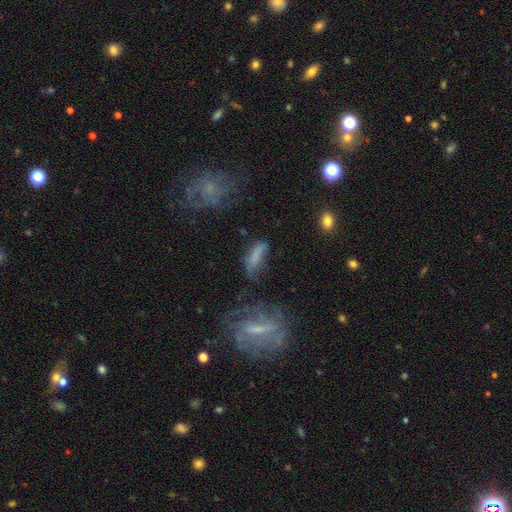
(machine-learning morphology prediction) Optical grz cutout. It shows a smooth galaxy with no disk features (61%) that is cigar-shaped (52%). Merging: none (47%).